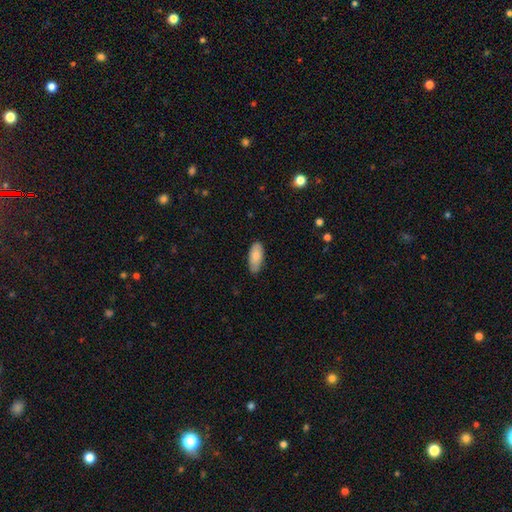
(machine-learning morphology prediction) This appears to be a smooth galaxy with no disk features (83%) that is in between round and cigar-shaped (87%). Merging: none (81%).